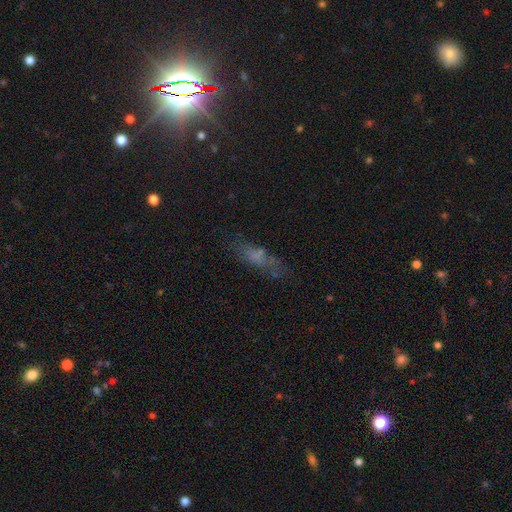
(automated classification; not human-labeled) smooth 62%, featured or disk 23%, star or artifact 16%. Down the decision tree: how rounded — cigar-shaped (53%); merging — none (60%).